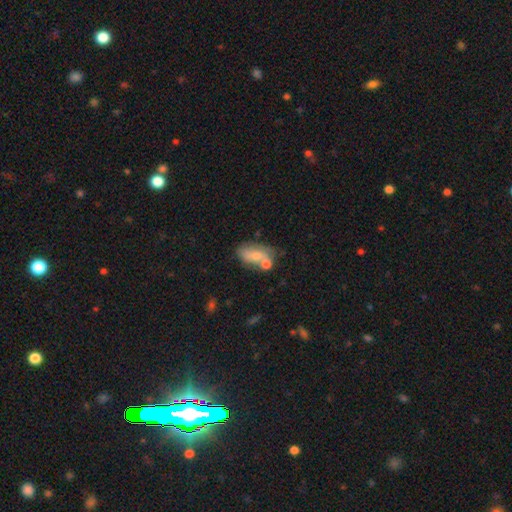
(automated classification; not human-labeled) Morphology: type=smooth (58%); roundness=in between (87%); merging=none (36%).